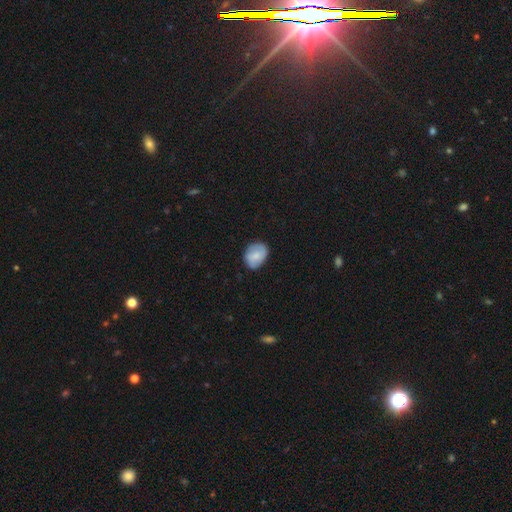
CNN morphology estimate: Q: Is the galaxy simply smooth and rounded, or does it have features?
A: smooth — 71%.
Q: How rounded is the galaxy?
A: in between — 62%.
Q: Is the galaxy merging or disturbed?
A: none — 76%.